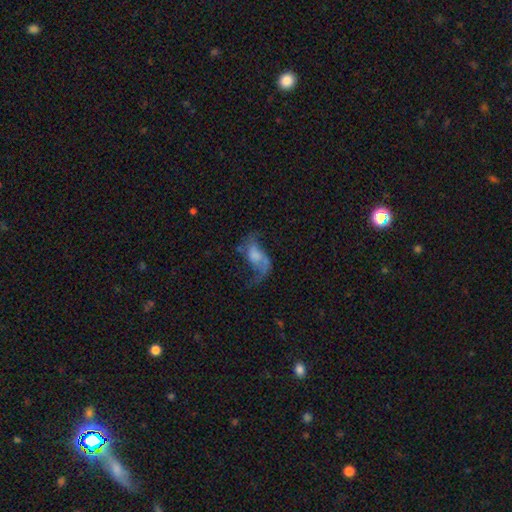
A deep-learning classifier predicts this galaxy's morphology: featured or disk 67%, smooth 24%, star or artifact 9%. Down the decision tree: edge-on disk — no (95%); bar — no (59%); spiral arms — yes (83%); spiral arm count — 2 (74%); spiral winding — loose (79%); bulge size — none (31%); merging — major disturbance (38%, tied with none).